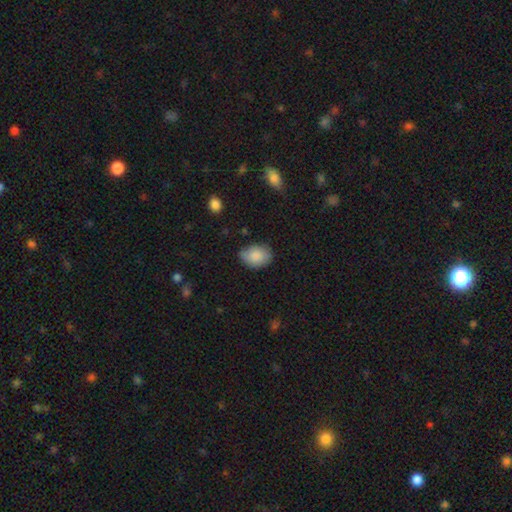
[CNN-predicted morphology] A smooth galaxy with no disk features (85%) that is in between round and cigar-shaped (77%).

Vote fractions:
- Smooth or featured? smooth: 85% / featured or disk: 8% / star or artifact: 7%
- How rounded? in between: 77% / round: 22% / cigar-shaped: 1%
- Merging? none: 72% / minor disturbance: 22% / major disturbance: 4% / merger: 2%